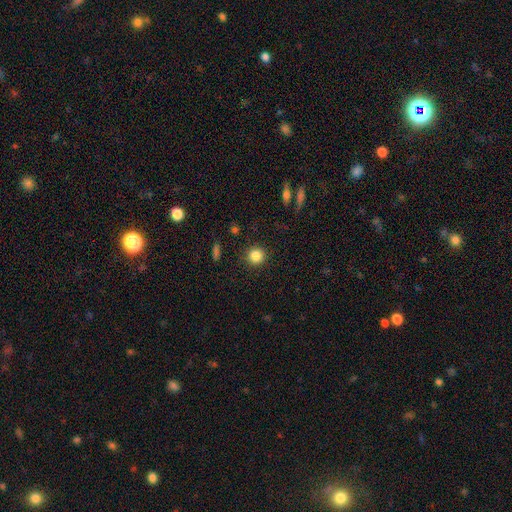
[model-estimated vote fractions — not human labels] smooth 84%, star or artifact 11%, featured or disk 5%. Down the decision tree: how rounded — round (92%); merging — none (91%).